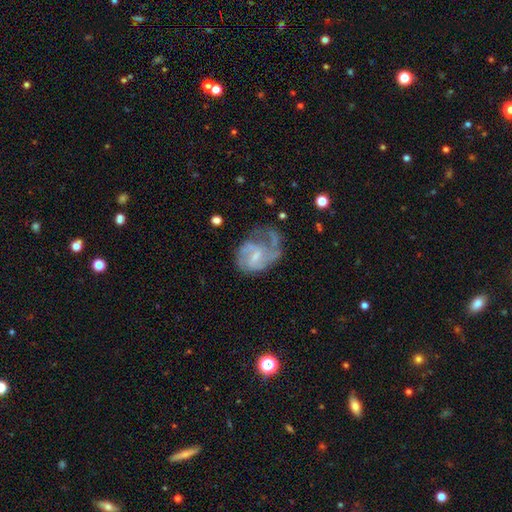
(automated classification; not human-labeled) smooth_or_featured: featured or disk (p=0.74) [alt: smooth p=0.19]
disk_edge_on: no (p=0.98) [alt: yes p=0.02]
bar: weak (p=0.55) [alt: no p=0.33]
has_spiral_arms: yes (p=0.79) [alt: no p=0.21]
spiral_winding: medium (p=0.44) [alt: loose p=0.33]
spiral_arm_count: 2 (p=0.38) [alt: can't tell p=0.25]
bulge_size: small (p=0.52) [alt: moderate p=0.26]
merging: major disturbance (p=0.40) [alt: none p=0.32]